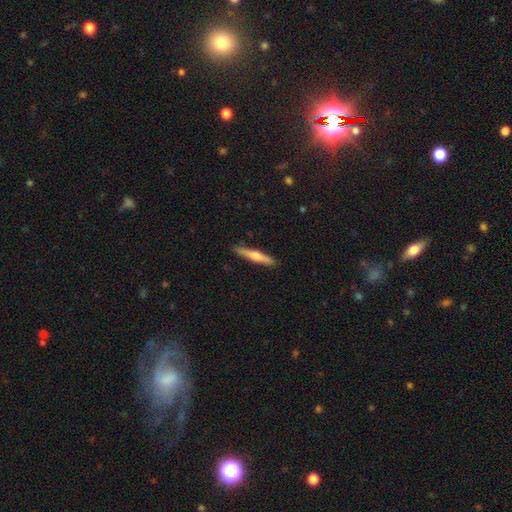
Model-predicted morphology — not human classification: Overall: featured or disk (50%; smooth 44%). Edge-on disk: yes (96%). Merging: none (90%).